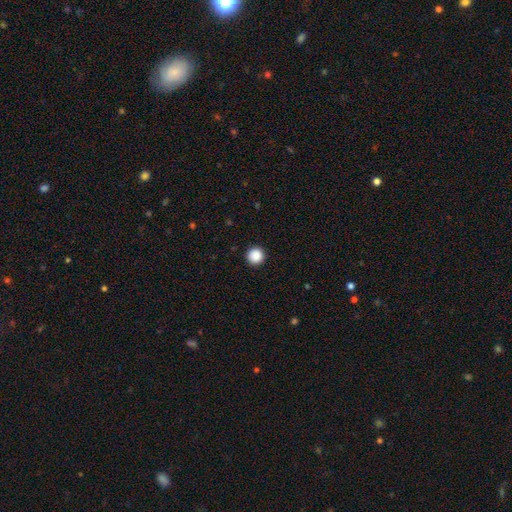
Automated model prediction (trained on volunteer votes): Smooth or featured?
  - smooth: 88% *
  - star or artifact: 9%
  - featured or disk: 3%
How rounded?
  - round: 96% *
  - in between: 3%
  - cigar-shaped: 1%
Merging?
  - none: 93% *
  - minor disturbance: 4%
  - major disturbance: 2%
  - merger: 1%